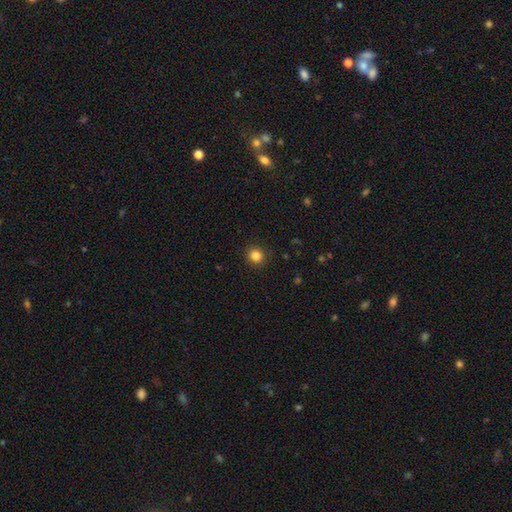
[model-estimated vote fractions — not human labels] smooth_or_featured: smooth (p=0.84) [alt: star or artifact p=0.12]
how_rounded: round (p=0.90) [alt: in between p=0.09]
merging: none (p=0.91) [alt: minor disturbance p=0.06]